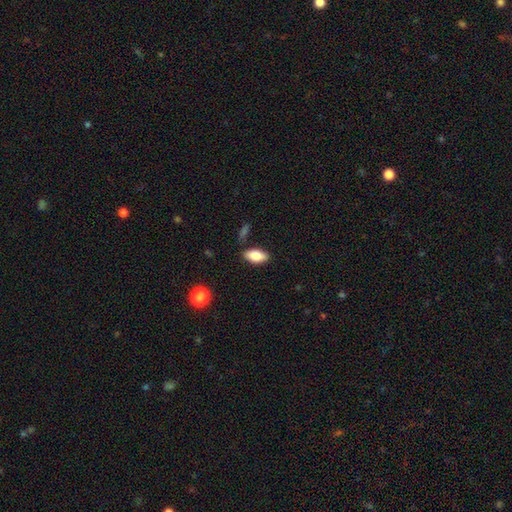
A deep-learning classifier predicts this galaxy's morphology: Q: Smooth or featured?
A: smooth (83%); runner-up: featured or disk (10%)
Q: How rounded?
A: in between (90%); runner-up: cigar-shaped (7%)
Q: Merging?
A: none (82%); runner-up: minor disturbance (13%)